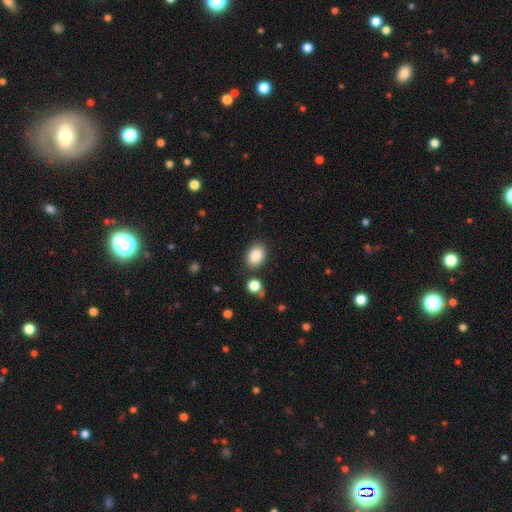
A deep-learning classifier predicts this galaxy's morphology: Smooth or featured? Predicted: smooth (p=0.87). How rounded? Predicted: in between (p=0.77). Merging? Predicted: none (p=0.83).